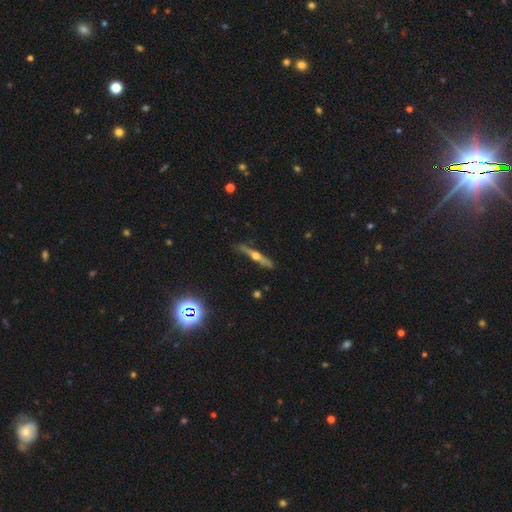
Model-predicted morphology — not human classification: Smooth or featured?
  - featured or disk: 73% *
  - smooth: 20%
  - star or artifact: 7%
Edge-on disk?
  - yes: 97% *
  - no: 3%
Edge-on bulge?
  - rounded: 94% *
  - none: 3%
  - boxy: 3%
Merging?
  - none: 86% *
  - minor disturbance: 10%
  - major disturbance: 2%
  - merger: 2%